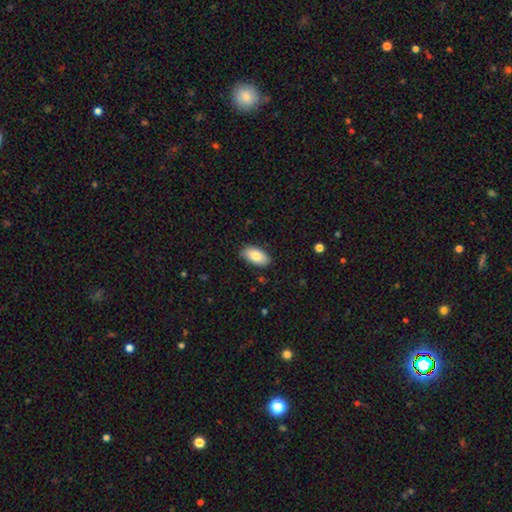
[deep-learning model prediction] A smooth galaxy with no disk features (82%) that is in between round and cigar-shaped (94%).

Vote fractions:
- Smooth or featured? smooth: 82% / featured or disk: 12% / star or artifact: 7%
- How rounded? in between: 94% / round: 3% / cigar-shaped: 3%
- Merging? none: 81% / minor disturbance: 15% / major disturbance: 2% / merger: 1%